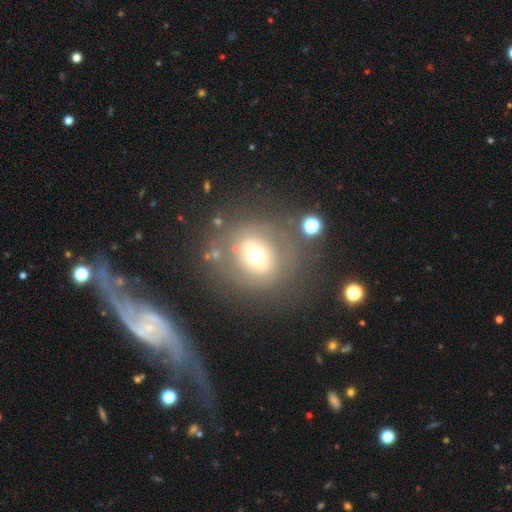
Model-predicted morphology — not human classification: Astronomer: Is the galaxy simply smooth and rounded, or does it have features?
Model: smooth — 56%.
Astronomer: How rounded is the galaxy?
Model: round — 83%.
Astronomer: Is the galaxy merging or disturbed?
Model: none — 74%.